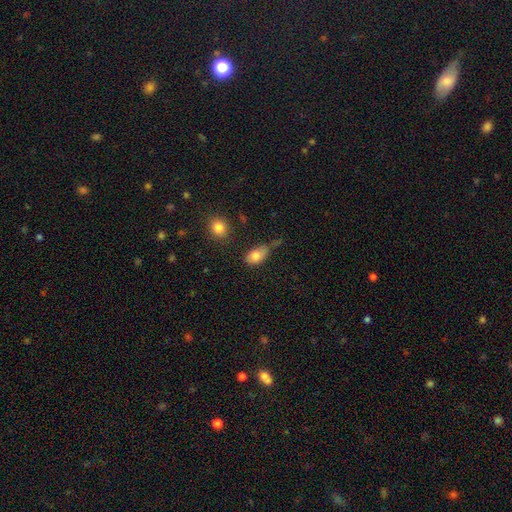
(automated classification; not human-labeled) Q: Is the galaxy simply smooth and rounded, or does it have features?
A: smooth — 80%.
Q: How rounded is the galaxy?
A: in between — 84%.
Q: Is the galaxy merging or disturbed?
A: none — 44%.